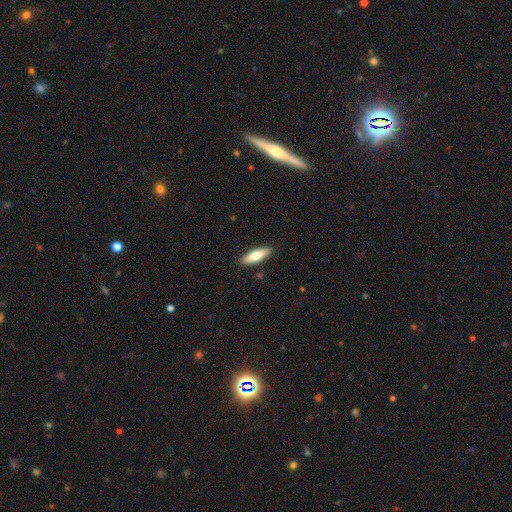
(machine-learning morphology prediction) This appears to be a smooth galaxy with no disk features (68%) that is in between round and cigar-shaped (52%). Merging: none (89%).